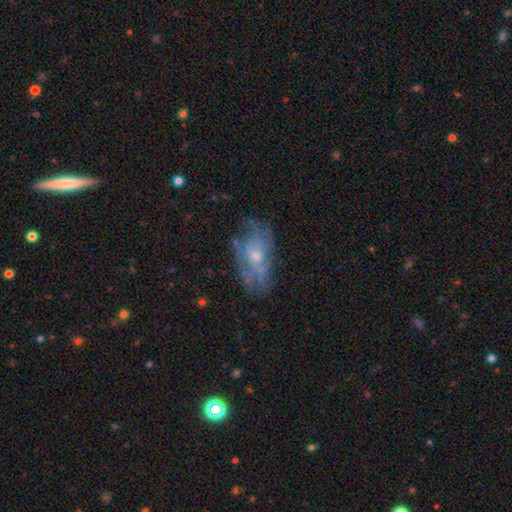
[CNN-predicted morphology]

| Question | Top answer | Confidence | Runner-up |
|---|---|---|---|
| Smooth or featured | featured or disk | 65% | smooth (27%) |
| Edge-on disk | no | 94% | yes (6%) |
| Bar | no | 73% | weak (23%) |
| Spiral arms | yes | 61% | no (39%) |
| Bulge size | small | 55% | moderate (39%) |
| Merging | none | 55% | minor disturbance (25%) |